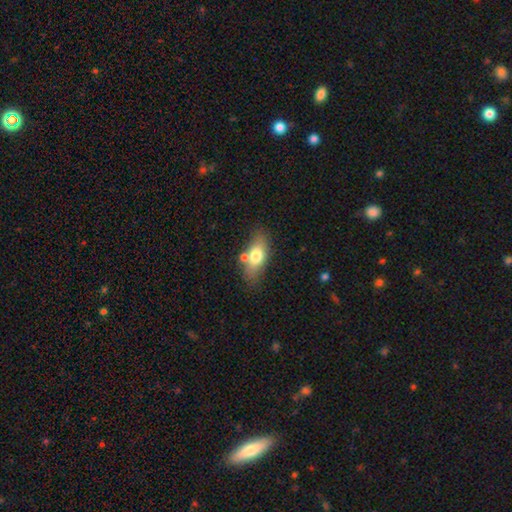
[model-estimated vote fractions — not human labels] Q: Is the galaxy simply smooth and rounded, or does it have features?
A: smooth — 71%.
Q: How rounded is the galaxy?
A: in between — 81%.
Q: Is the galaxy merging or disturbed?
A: none — 66%.